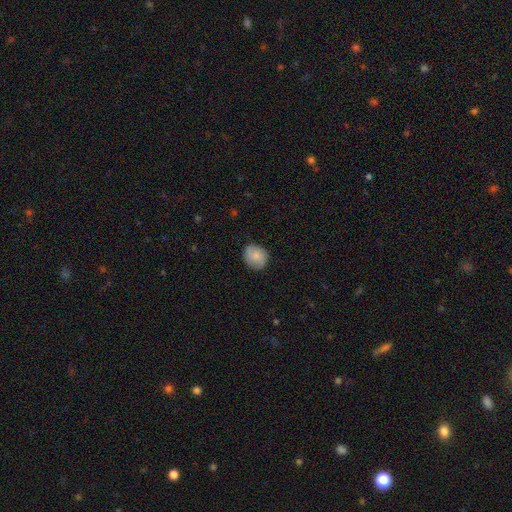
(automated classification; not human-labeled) Smooth or featured? smooth (78%)
How rounded? round (70%)
Merging? none (79%)